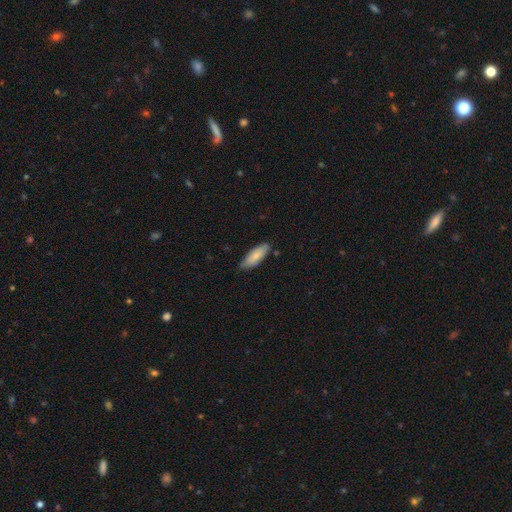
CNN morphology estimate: Smooth or featured? smooth (79%)
How rounded? in between (70%)
Merging? none (77%)